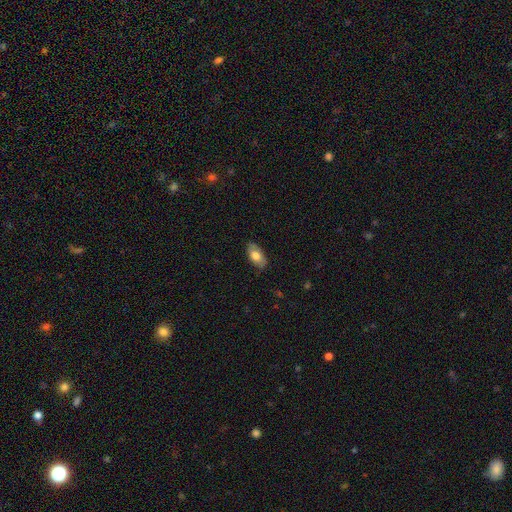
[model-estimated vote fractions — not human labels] smooth_or_featured: smooth (p=0.71) [alt: featured or disk p=0.23]
how_rounded: in between (p=0.92) [alt: cigar-shaped p=0.04]
merging: none (p=0.82) [alt: minor disturbance p=0.14]